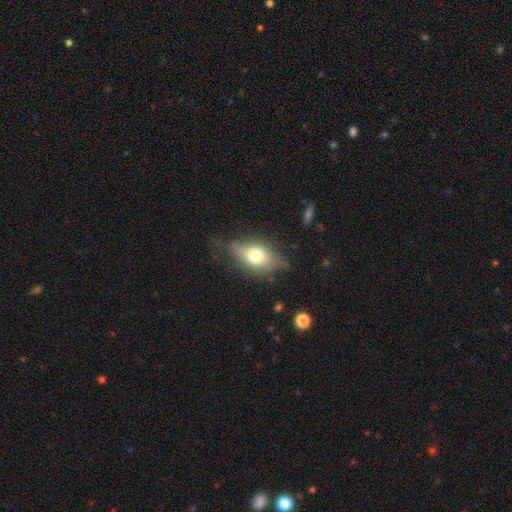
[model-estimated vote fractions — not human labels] Overall: smooth (55%; featured or disk 36%). How rounded: in between (75%). Merging: none (60%; minor disturbance 27%).